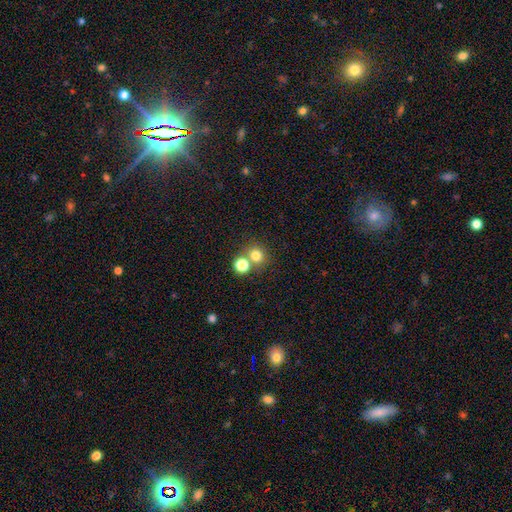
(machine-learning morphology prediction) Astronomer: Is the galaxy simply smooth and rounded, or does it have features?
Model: smooth — 76%.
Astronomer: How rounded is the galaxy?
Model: round — 87%.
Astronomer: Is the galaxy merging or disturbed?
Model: none — 60%.